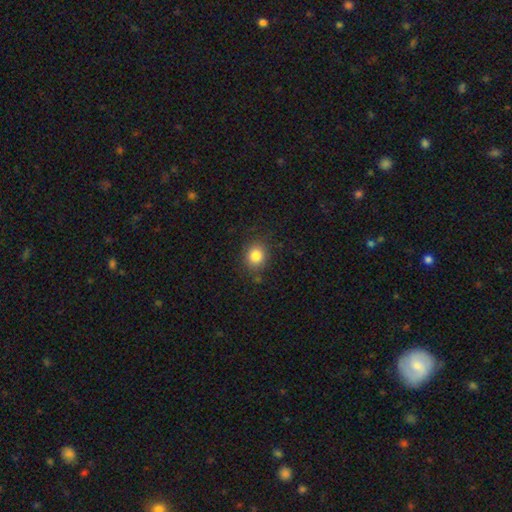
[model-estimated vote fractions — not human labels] Morphology: type=smooth (83%); roundness=round (78%); merging=none (84%).